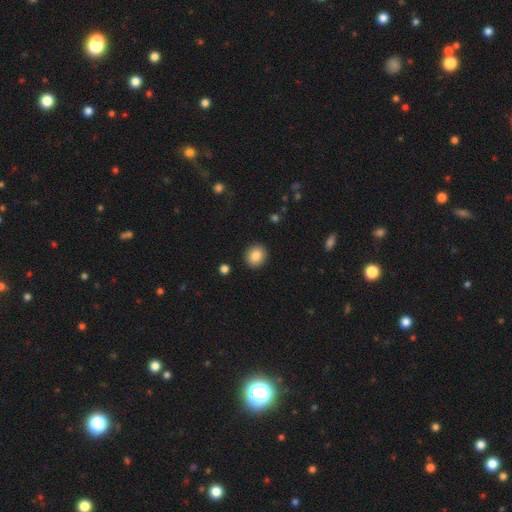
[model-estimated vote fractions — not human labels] A smooth galaxy with no disk features (84%) that is round (72%). Merging: none (91%).